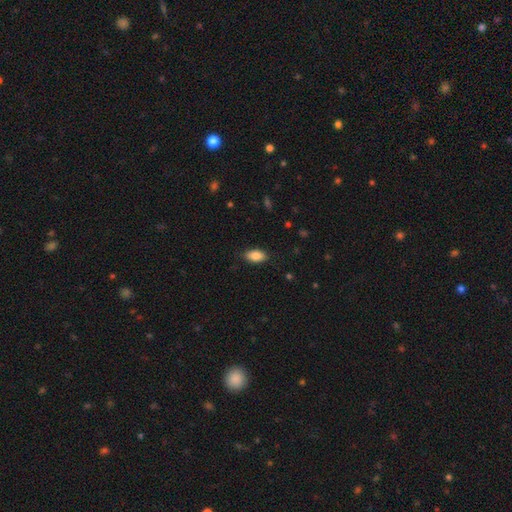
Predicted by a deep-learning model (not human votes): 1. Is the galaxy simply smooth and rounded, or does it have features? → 87% smooth, 7% star or artifact, 6% featured or disk.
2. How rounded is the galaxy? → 92% in between, 4% round, 4% cigar-shaped.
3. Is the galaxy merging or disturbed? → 86% none, 10% minor disturbance, 2% major disturbance, 1% merger.